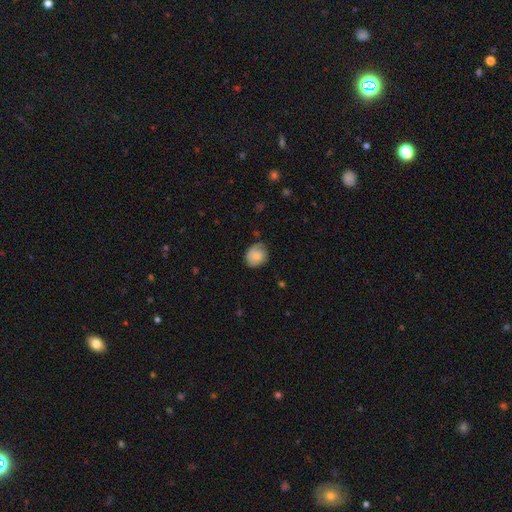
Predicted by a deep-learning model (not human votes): This is likely a smooth galaxy (75%). How rounded: likely round (66%). Merging: likely none (62%).